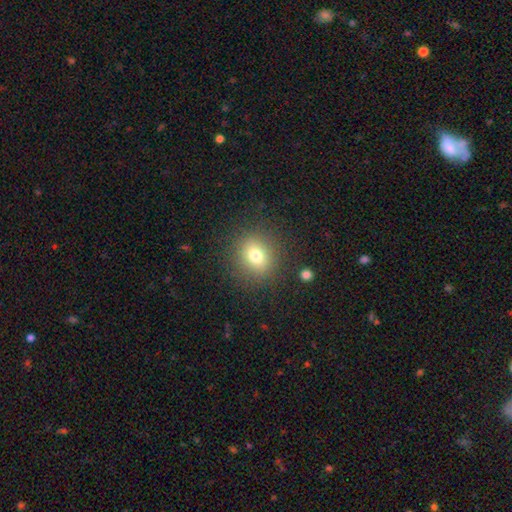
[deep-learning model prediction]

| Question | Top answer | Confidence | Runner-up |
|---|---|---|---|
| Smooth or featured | smooth | 75% | star or artifact (14%) |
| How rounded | round | 77% | in between (22%) |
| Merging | none | 86% | minor disturbance (8%) |